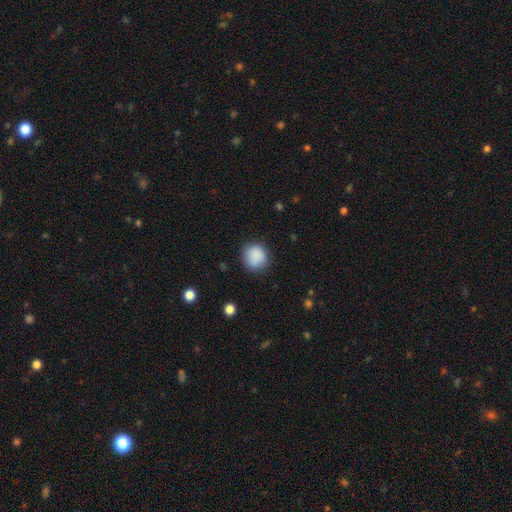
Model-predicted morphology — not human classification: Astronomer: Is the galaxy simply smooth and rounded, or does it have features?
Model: smooth — 87%.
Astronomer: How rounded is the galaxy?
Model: round — 88%.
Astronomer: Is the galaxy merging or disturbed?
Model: none — 82%.